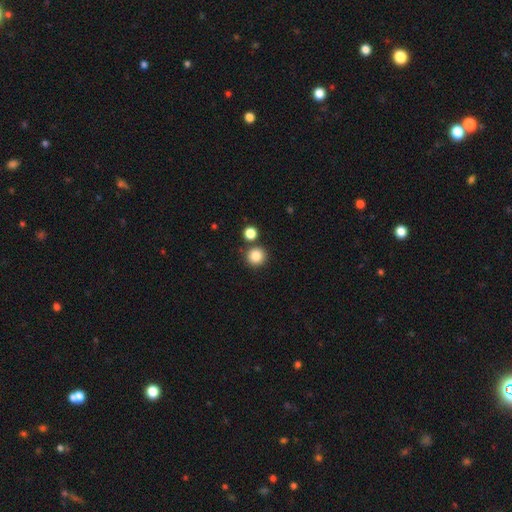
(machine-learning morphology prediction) A smooth galaxy with no disk features (85%) that is round (94%). Merging: none (81%).